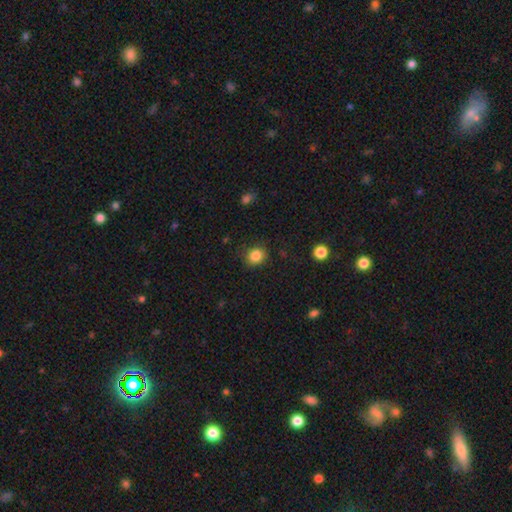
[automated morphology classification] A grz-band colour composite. It shows a smooth galaxy with no disk features (85%) that is round (75%). Merging: none (86%).